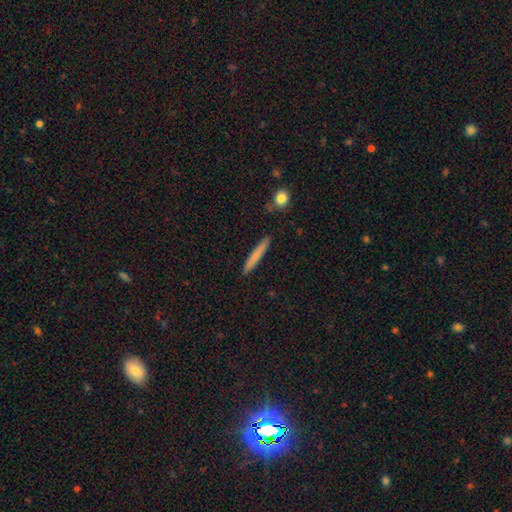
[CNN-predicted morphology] A smooth galaxy with no disk features (72%) that is cigar-shaped (96%). Merging: none (90%).